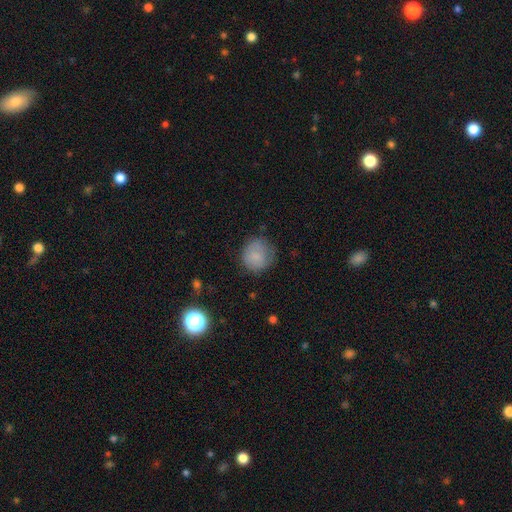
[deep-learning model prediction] A smooth galaxy with no disk features (81%) that is round (86%). Merging: none (68%).